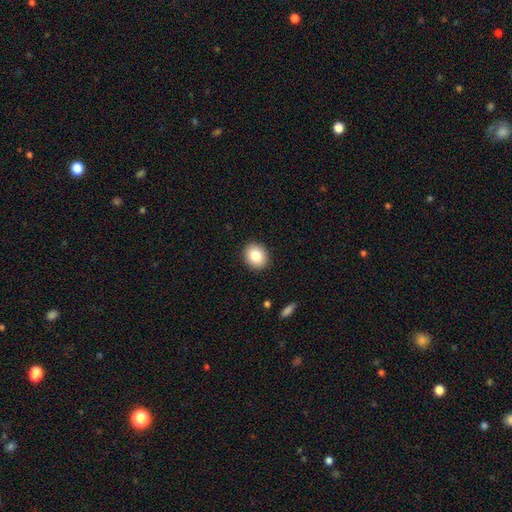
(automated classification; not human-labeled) Smooth or featured? Predicted: smooth (p=0.83). How rounded? Predicted: round (p=0.62). Merging? Predicted: none (p=0.90).